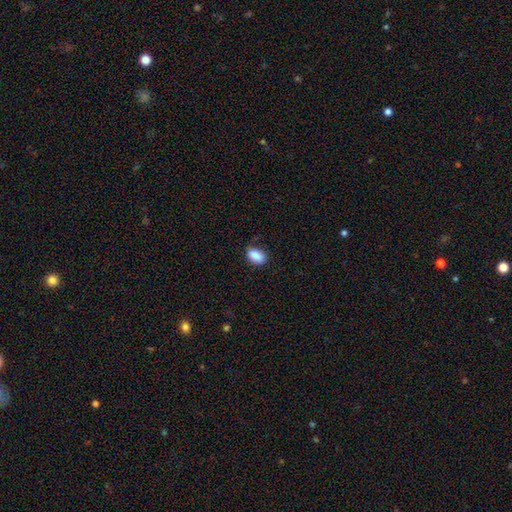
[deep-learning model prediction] A smooth galaxy with no disk features (88%) that is in between round and cigar-shaped (89%). Merging: none (80%).